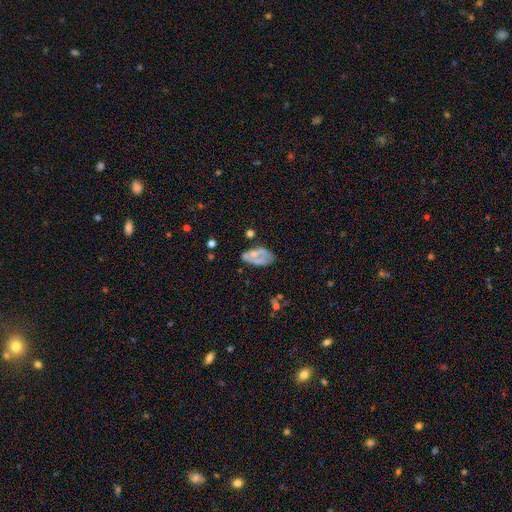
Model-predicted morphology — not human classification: Smooth or featured?
  - featured or disk: 48% *
  - smooth: 44%
  - star or artifact: 8%
Merging?
  - none: 48% *
  - minor disturbance: 27%
  - major disturbance: 18%
  - merger: 7%